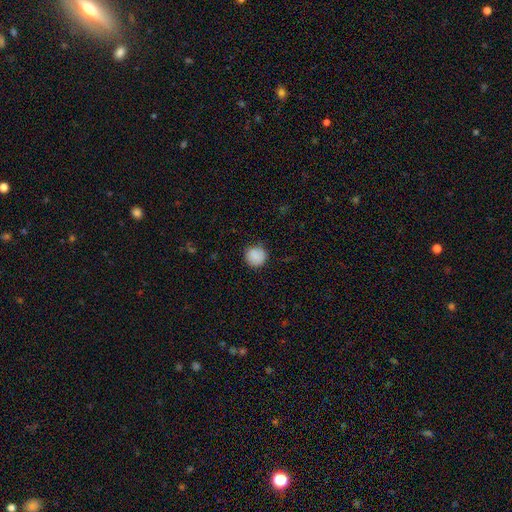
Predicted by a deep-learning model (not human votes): Overall: smooth (88%). How rounded: round (93%). Merging: none (86%).